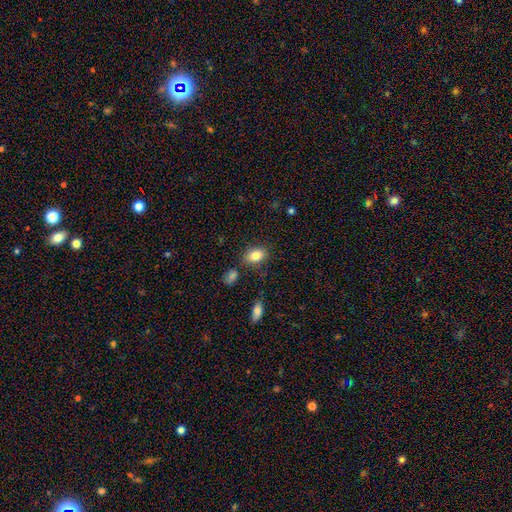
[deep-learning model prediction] This appears to be a smooth galaxy with no disk features (82%) that is in between round and cigar-shaped (83%). Merging: none (81%).